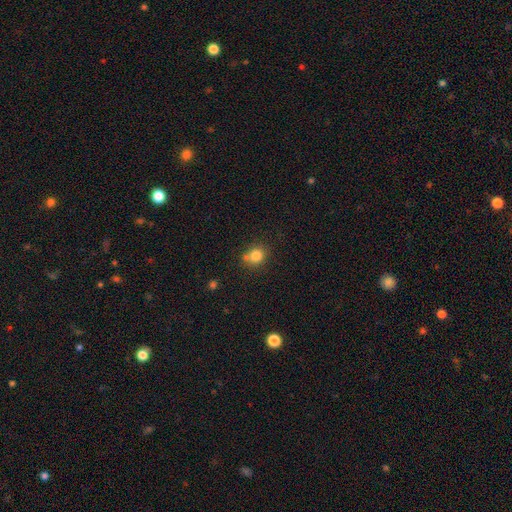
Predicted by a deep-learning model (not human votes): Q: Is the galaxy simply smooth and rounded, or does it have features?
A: smooth — 81%.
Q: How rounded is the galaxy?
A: round — 76%.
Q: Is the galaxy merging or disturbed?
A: none — 62%.